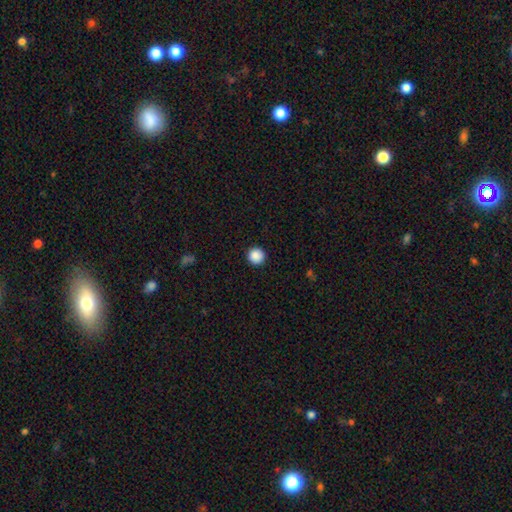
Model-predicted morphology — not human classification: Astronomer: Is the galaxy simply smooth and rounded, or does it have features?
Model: smooth — 88%.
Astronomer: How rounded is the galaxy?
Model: round — 96%.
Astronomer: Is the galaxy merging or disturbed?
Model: none — 93%.